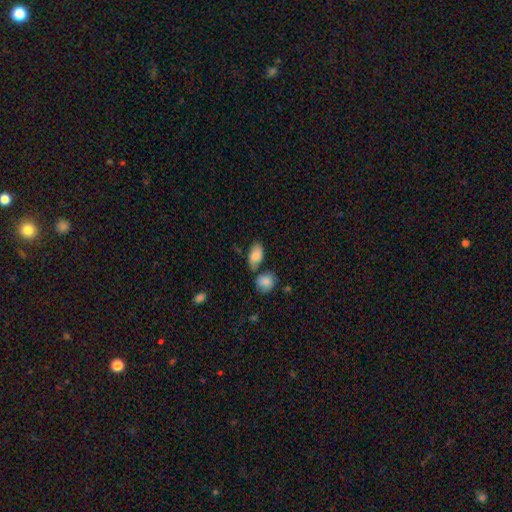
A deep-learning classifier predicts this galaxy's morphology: A smooth galaxy with no disk features (81%) that is in between round and cigar-shaped (91%). Merging: none (49%).